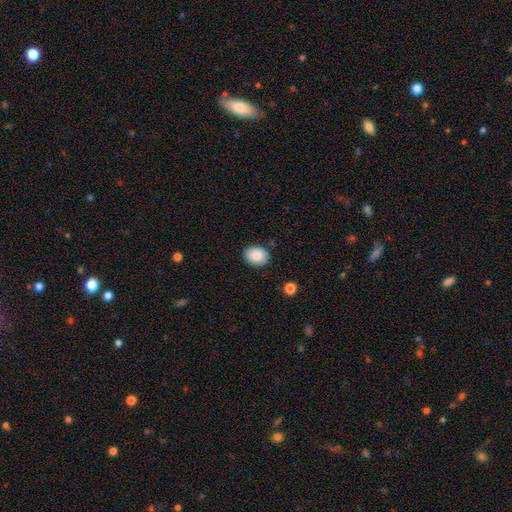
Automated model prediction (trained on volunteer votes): A smooth galaxy with no disk features (86%) that is in between round and cigar-shaped (62%).

Vote fractions:
- Smooth or featured? smooth: 86% / star or artifact: 7% / featured or disk: 6%
- How rounded? in between: 62% / round: 37% / cigar-shaped: 1%
- Merging? none: 85% / minor disturbance: 11% / major disturbance: 2% / merger: 1%